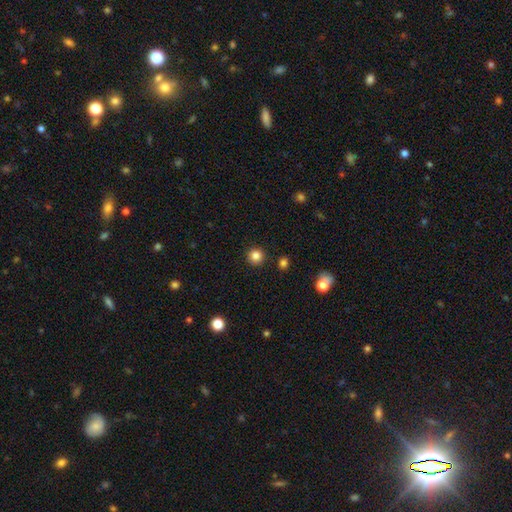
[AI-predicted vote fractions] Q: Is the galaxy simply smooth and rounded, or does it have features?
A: smooth — 84%.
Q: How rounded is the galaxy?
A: round — 94%.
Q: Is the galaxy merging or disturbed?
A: none — 92%.